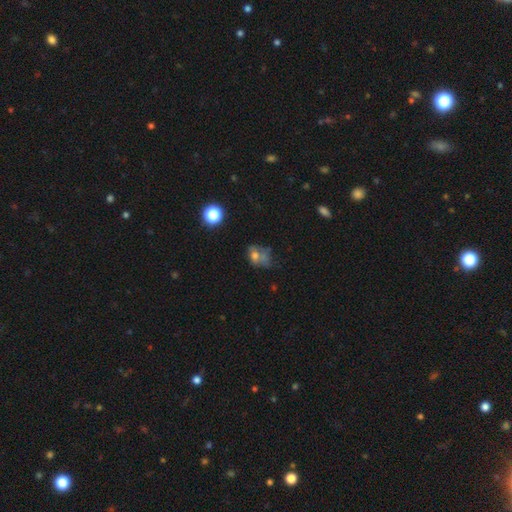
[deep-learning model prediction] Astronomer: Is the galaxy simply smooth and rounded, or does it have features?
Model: smooth — 54%.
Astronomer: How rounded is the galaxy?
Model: in between — 60% (runner-up: round, 38%).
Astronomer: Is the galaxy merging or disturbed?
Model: none — 31% (runner-up: major disturbance, 30%).